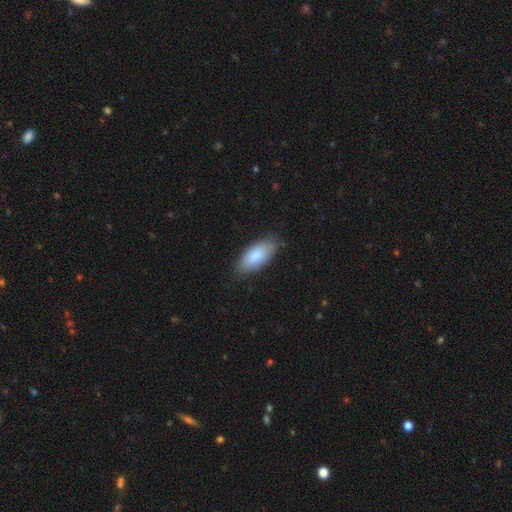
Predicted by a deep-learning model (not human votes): smooth-or-featured: smooth: 82% | featured or disk: 13% | star or artifact: 5%
  how-rounded: in between: 86% | cigar-shaped: 12% | round: 2%
  merging: none: 78% | minor disturbance: 18% | major disturbance: 3% | merger: 1%